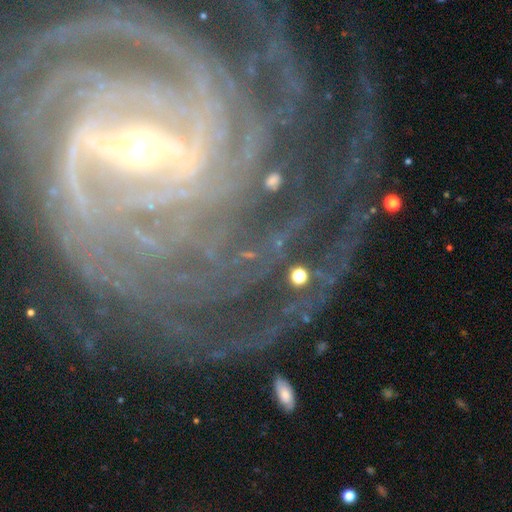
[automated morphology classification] Overall: featured or disk (91%). Edge-on disk: no (97%). Bar: strong (60%; weak 27%). Spiral arms: yes (98%). Spiral arm count: more than 4 (22%; 4 21%). Spiral winding: tight (64%; medium 29%). Bulge size: small (77%). Merging: none (68%).